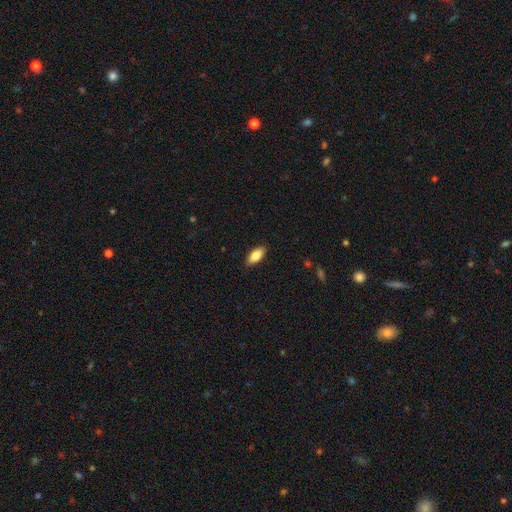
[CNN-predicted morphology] Smooth or featured?
  - smooth: 80% *
  - featured or disk: 13%
  - star or artifact: 6%
How rounded?
  - in between: 86% *
  - cigar-shaped: 12%
  - round: 2%
Merging?
  - none: 86% *
  - minor disturbance: 11%
  - major disturbance: 2%
  - merger: 1%